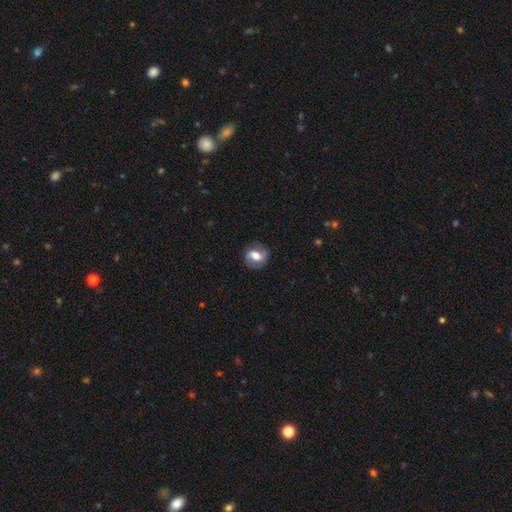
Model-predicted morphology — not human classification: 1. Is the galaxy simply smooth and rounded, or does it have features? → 59% featured or disk, 33% smooth, 8% star or artifact.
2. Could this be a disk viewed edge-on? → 96% no, 4% yes.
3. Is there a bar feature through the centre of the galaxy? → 41% weak, 30% strong, 29% no.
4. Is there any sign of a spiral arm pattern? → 81% yes, 19% no.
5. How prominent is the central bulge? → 54% moderate, 33% large, 8% small, 3% dominant, 2% none.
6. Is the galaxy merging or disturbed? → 81% none, 13% minor disturbance, 5% major disturbance, 1% merger.